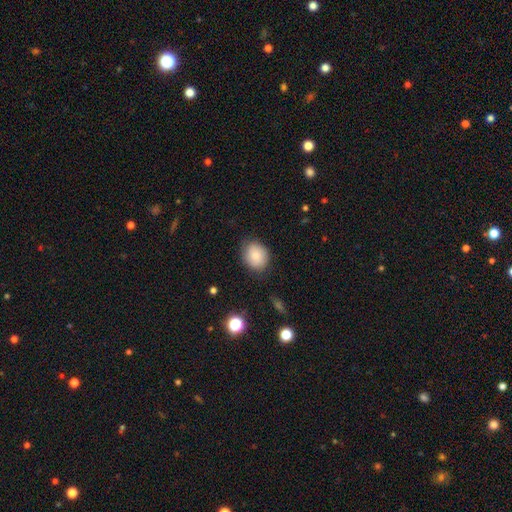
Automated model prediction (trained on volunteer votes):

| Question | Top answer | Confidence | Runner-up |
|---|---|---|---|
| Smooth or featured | smooth | 83% | featured or disk (9%) |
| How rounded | round | 59% | in between (40%) |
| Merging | none | 78% | minor disturbance (17%) |